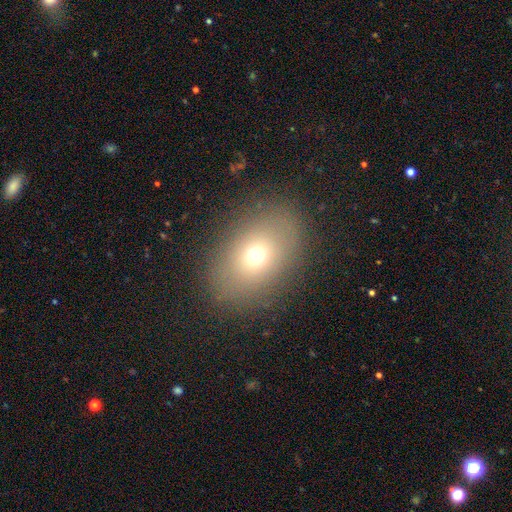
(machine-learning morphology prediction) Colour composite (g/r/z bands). It shows a smooth galaxy with no disk features (69%) that is in between round and cigar-shaped (72%). Merging: none (85%).